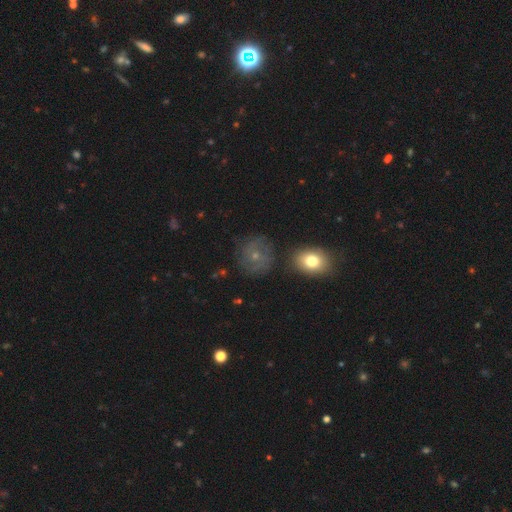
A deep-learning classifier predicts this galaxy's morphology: A featured or disk galaxy (52%).

Vote fractions:
- Smooth or featured? featured or disk: 52% / smooth: 34% / star or artifact: 14%
- Edge-on disk? no: 96% / yes: 4%
- Merging? none: 75% / minor disturbance: 15% / major disturbance: 6% / merger: 4%